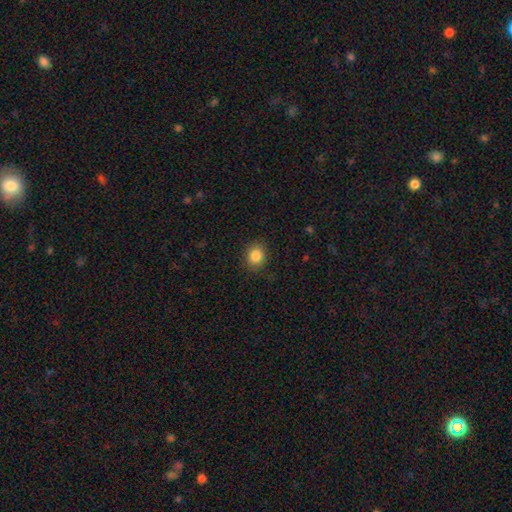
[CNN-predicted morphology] smooth-or-featured: smooth: 85% | star or artifact: 10% | featured or disk: 5%
  how-rounded: round: 74% | in between: 25% | cigar-shaped: 1%
  merging: none: 88% | minor disturbance: 8% | major disturbance: 3% | merger: 1%